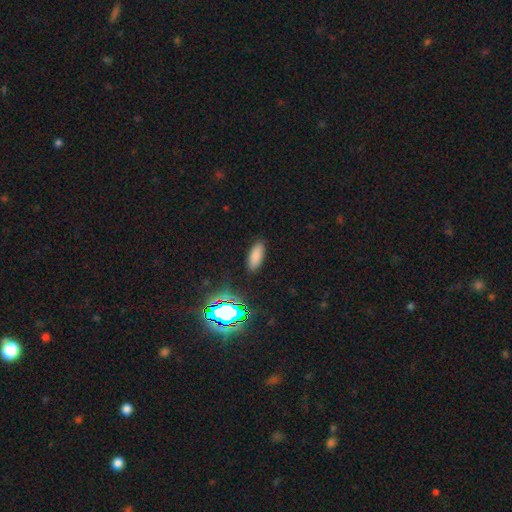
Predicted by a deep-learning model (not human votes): Q: Smooth or featured?
A: smooth (79%); runner-up: star or artifact (15%)
Q: How rounded?
A: in between (79%); runner-up: cigar-shaped (19%)
Q: Merging?
A: none (88%); runner-up: minor disturbance (8%)